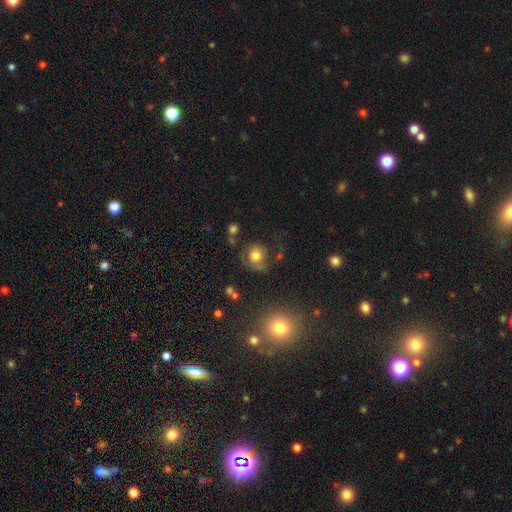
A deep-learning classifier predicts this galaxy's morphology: Smooth or featured? Predicted: smooth (p=0.62). How rounded? Predicted: round (p=0.78). Merging? Predicted: none (p=0.49).